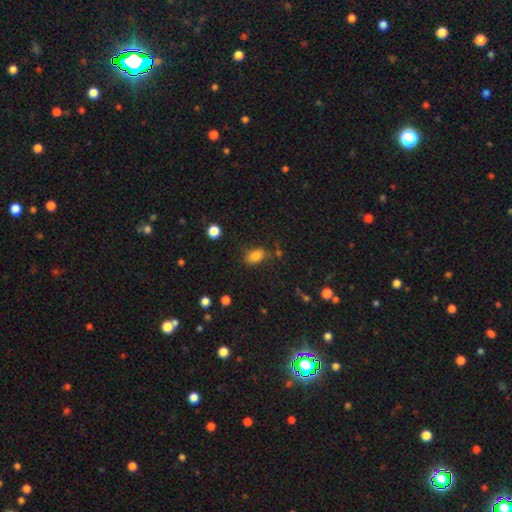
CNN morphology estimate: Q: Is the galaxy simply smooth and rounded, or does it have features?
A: smooth — 82%.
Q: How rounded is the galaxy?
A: in between — 84%.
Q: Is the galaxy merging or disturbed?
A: none — 72%.